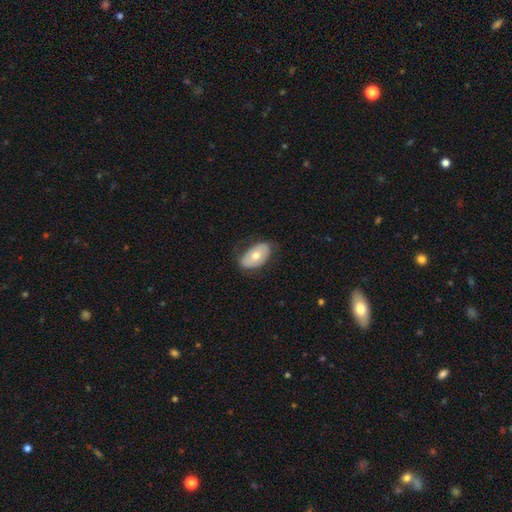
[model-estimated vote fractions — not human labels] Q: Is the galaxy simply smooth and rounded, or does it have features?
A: smooth — 61%.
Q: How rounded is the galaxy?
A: in between — 93%.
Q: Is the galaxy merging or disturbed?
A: none — 71%.